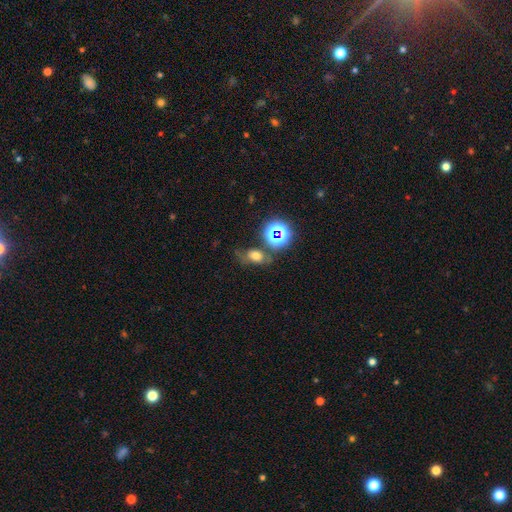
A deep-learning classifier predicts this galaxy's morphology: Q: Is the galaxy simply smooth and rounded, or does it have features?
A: smooth — 57%.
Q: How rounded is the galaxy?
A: in between — 71%.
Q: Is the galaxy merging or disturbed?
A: none — 54%.